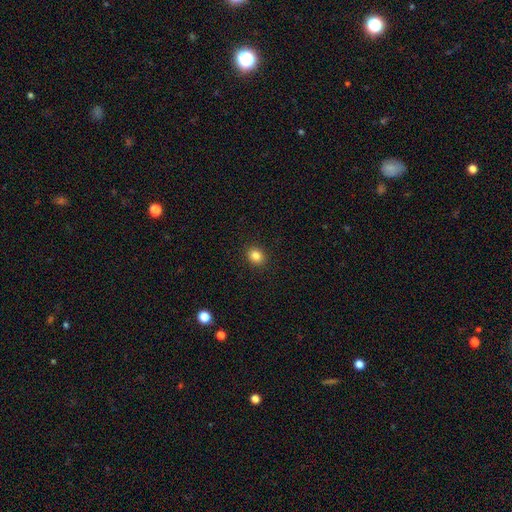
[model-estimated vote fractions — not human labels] Q: Smooth or featured?
A: smooth (84%); runner-up: star or artifact (11%)
Q: How rounded?
A: round (67%); runner-up: in between (32%)
Q: Merging?
A: none (92%); runner-up: minor disturbance (6%)